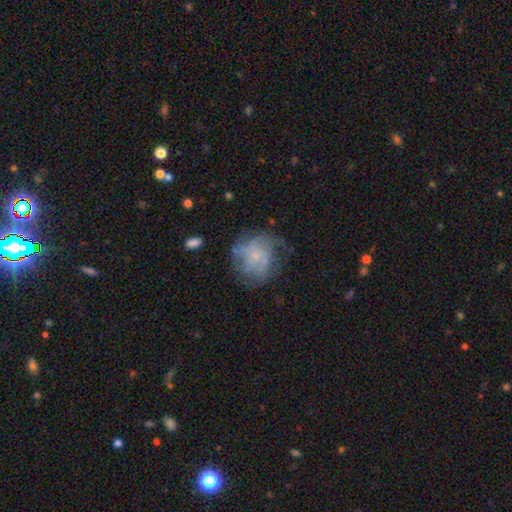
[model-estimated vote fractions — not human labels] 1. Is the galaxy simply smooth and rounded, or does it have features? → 57% featured or disk, 32% smooth, 10% star or artifact.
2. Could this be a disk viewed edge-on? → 98% no, 2% yes.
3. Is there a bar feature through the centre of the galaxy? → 80% no, 17% weak, 2% strong.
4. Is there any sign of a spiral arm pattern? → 68% yes, 32% no.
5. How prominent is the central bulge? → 70% small, 14% moderate, 13% none, 2% large, 1% dominant.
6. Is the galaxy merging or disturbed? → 54% none, 24% minor disturbance, 20% major disturbance, 2% merger.